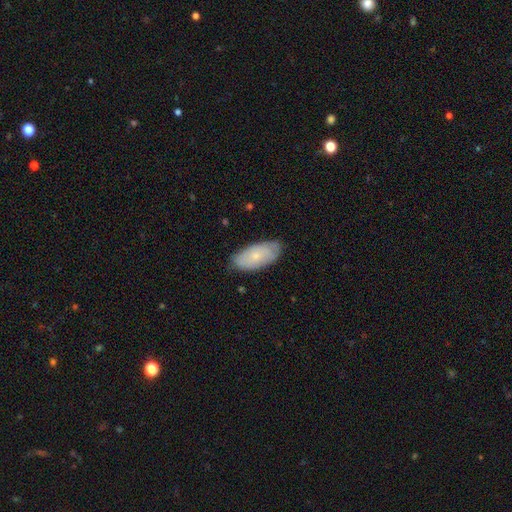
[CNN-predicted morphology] smooth 63%, featured or disk 30%, star or artifact 7%. Down the decision tree: how rounded — in between (93%); merging — none (78%).